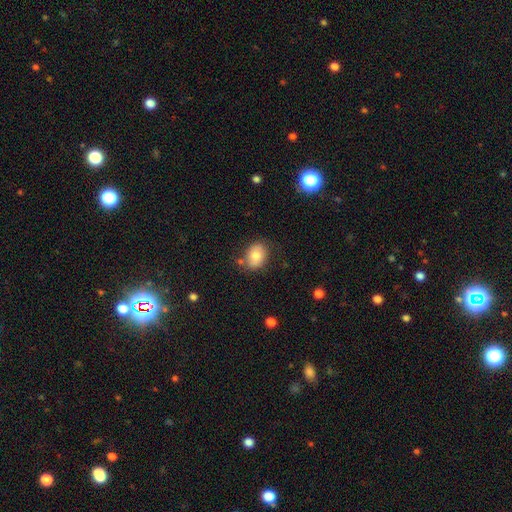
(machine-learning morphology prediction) Smooth or featured: smooth — 78% (featured or disk — 14%)
How rounded: in between — 66% (round — 33%)
Merging: none — 75% (minor disturbance — 16%)